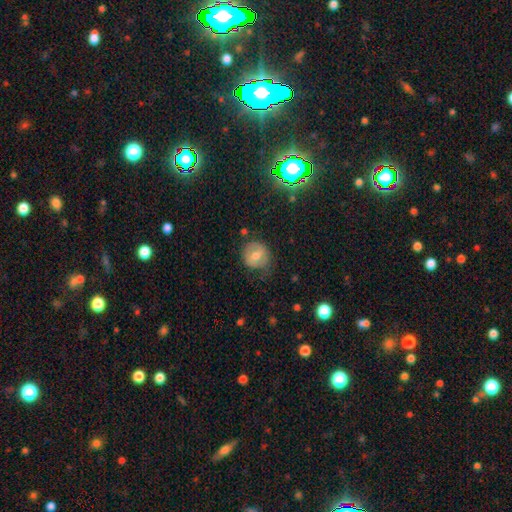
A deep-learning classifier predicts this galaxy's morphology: Smooth or featured? Predicted: smooth (p=0.54). How rounded? Predicted: round (p=0.80). Merging? Predicted: none (p=0.66).